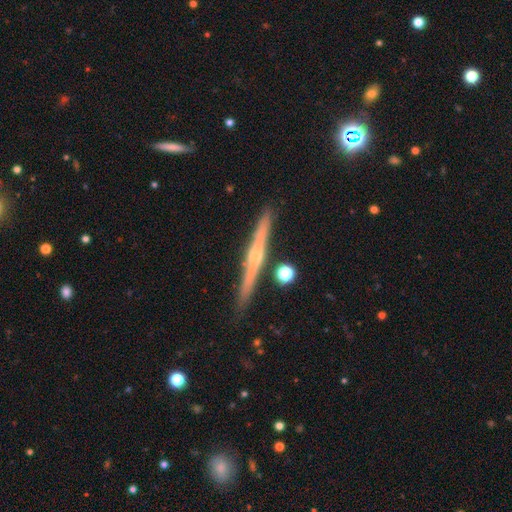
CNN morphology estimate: Q: Smooth or featured?
A: featured or disk (75%); runner-up: smooth (18%)
Q: Edge-on disk?
A: yes (98%); runner-up: no (2%)
Q: Edge-on bulge?
A: rounded (79%); runner-up: none (17%)
Q: Merging?
A: none (88%); runner-up: minor disturbance (8%)